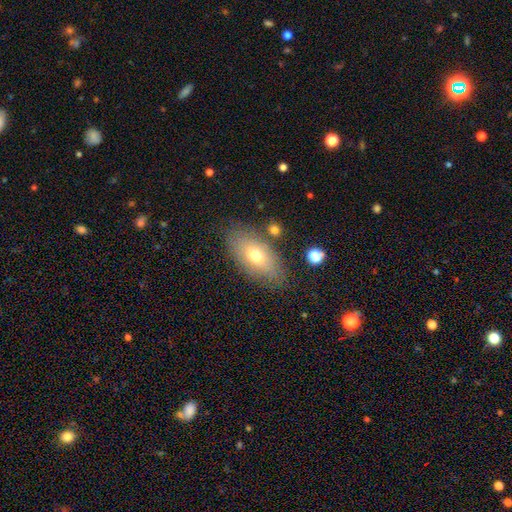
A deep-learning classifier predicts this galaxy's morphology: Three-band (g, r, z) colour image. It shows a smooth galaxy with no disk features (65%) that is in between round and cigar-shaped (89%). Merging: none (78%).